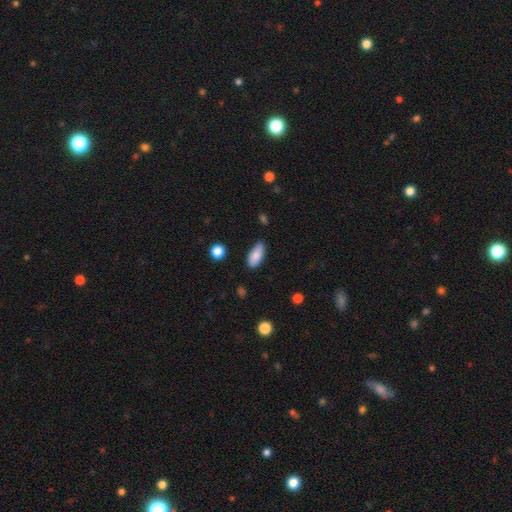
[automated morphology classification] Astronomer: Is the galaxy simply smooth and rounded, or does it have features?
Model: smooth — 83%.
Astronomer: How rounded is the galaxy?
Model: in between — 88%.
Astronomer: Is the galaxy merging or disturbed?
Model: none — 77%.